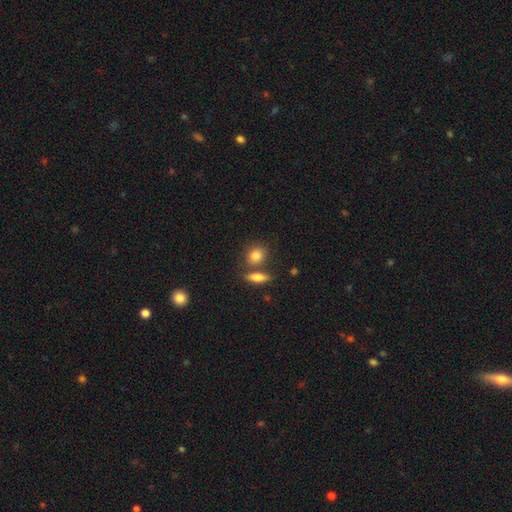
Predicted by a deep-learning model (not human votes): This appears to be a smooth galaxy with no disk features (83%) that is round (57%). Merging: none (64%).